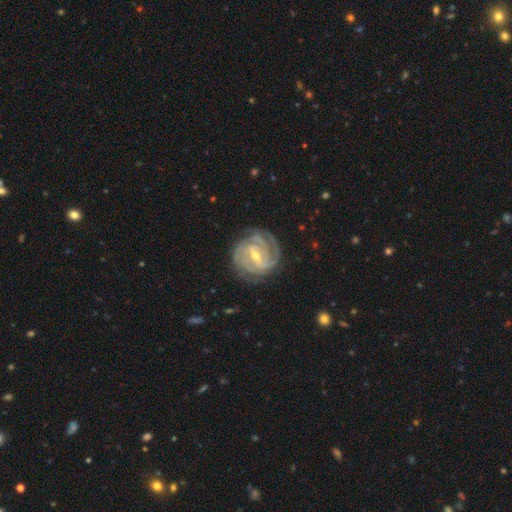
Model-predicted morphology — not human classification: smooth-or-featured: featured or disk: 91% | smooth: 5% | star or artifact: 4%
  disk-edge-on: no: 97% | yes: 3%
    bar: strong: 52% | weak: 39% | no: 9%
    has-spiral-arms: yes: 98% | no: 2%
      spiral-winding: tight: 73% | medium: 23% | loose: 4%
      spiral-arm-count: 3: 30% | 2: 25% | can't tell: 17% | 4: 17% | more than 4: 6% | 1: 5%
    bulge-size: small: 53% | moderate: 44% | large: 1% | none: 1% | dominant: 1%
  merging: none: 80% | minor disturbance: 14% | major disturbance: 5% | merger: 1%